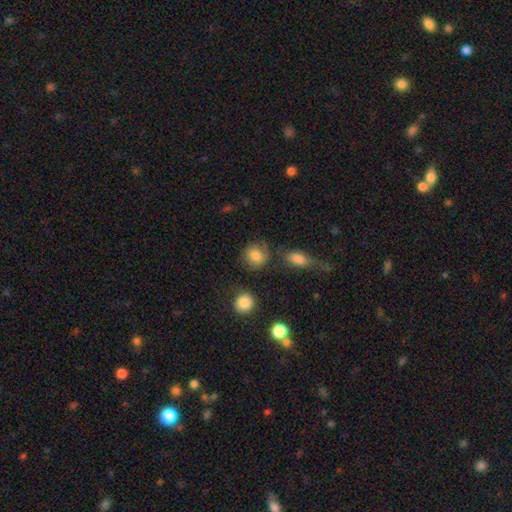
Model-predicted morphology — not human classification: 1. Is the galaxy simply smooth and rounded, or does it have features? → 77% smooth, 14% featured or disk, 9% star or artifact.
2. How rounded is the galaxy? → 77% round, 22% in between, 1% cigar-shaped.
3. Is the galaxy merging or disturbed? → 61% none, 21% minor disturbance, 11% major disturbance, 7% merger.